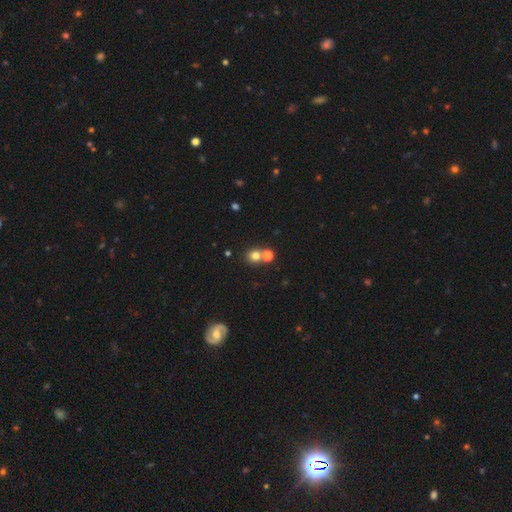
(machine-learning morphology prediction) Smooth or featured? Predicted: smooth (p=0.74). How rounded? Predicted: round (p=0.86). Merging? Predicted: none (p=0.60).